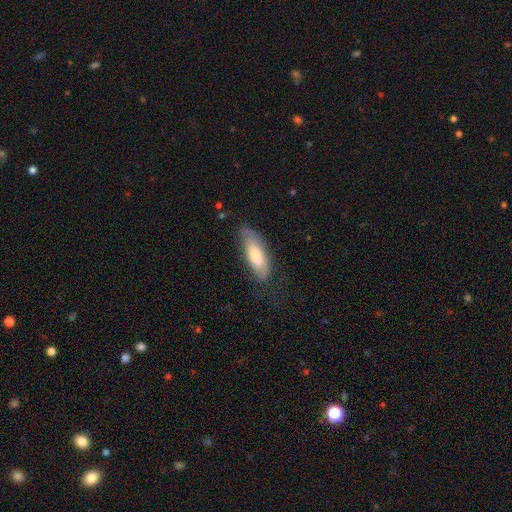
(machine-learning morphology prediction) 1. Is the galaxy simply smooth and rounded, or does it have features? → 72% smooth, 22% featured or disk, 6% star or artifact.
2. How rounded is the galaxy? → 64% in between, 34% cigar-shaped, 2% round.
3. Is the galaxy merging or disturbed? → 61% none, 27% minor disturbance, 10% major disturbance, 2% merger.